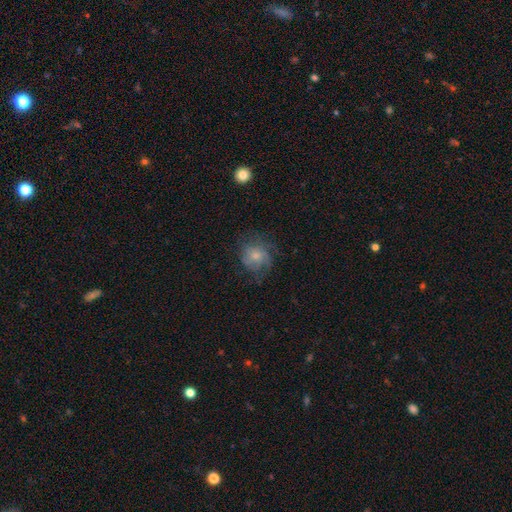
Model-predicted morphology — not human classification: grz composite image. It shows a smooth galaxy with no disk features (50%) that is round (76%). Merging: none (59%).